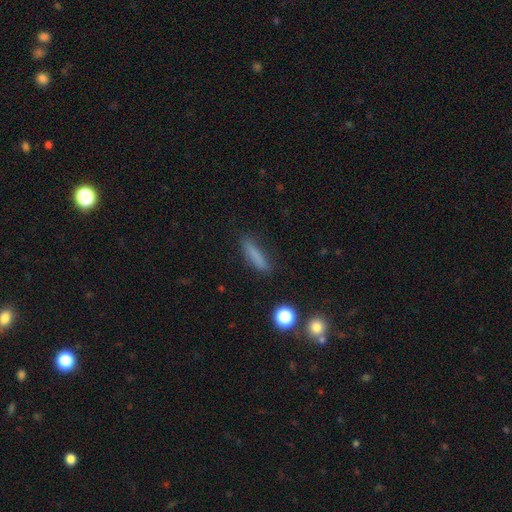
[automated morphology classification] A smooth galaxy with no disk features (79%) that is cigar-shaped (80%). Merging: none (83%).